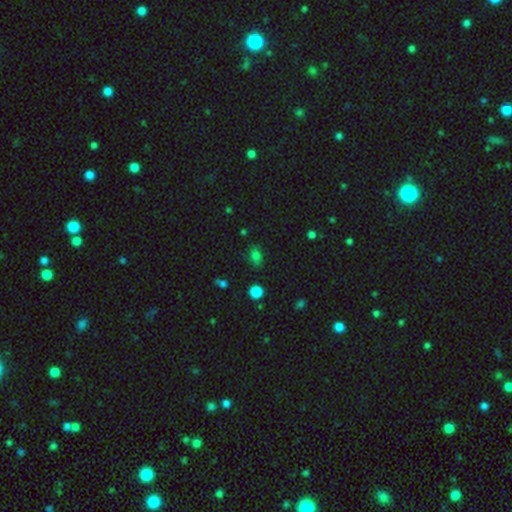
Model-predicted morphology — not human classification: smooth 72%, star or artifact 21%, featured or disk 7%. Down the decision tree: how rounded — in between (67%); merging — none (71%).